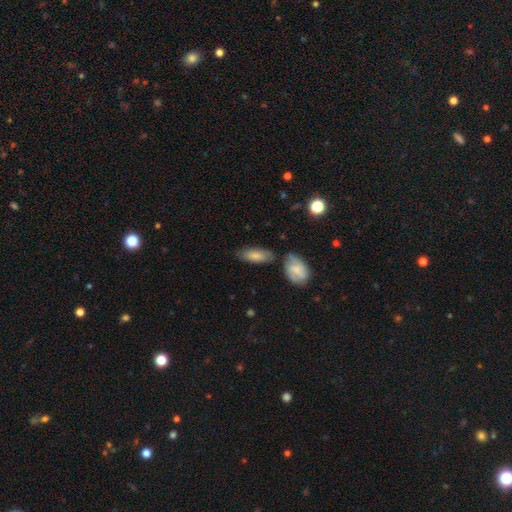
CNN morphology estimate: Overall: smooth (78%). How rounded: in between (82%). Merging: none (63%).